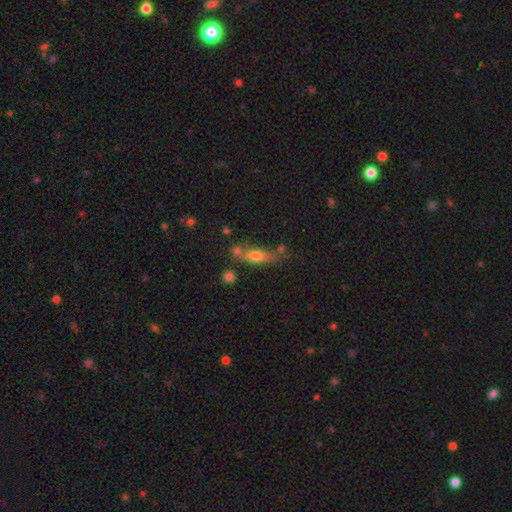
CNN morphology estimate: smooth-or-featured: smooth: 58% | featured or disk: 33% | star or artifact: 9%
  how-rounded: cigar-shaped: 50% | in between: 44% | round: 6%
  merging: none: 56% | minor disturbance: 20% | merger: 17% | major disturbance: 8%